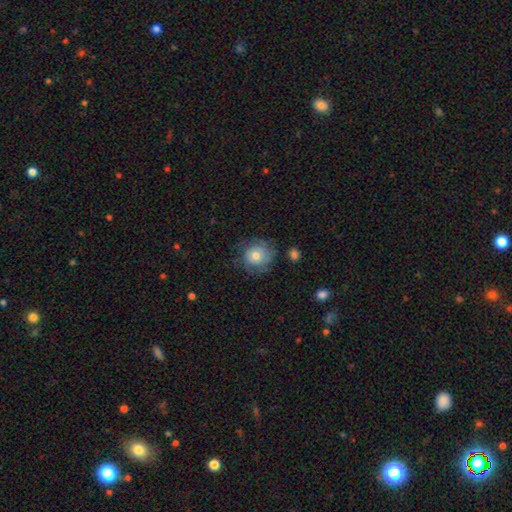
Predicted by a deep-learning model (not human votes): A smooth galaxy with no disk features (66%) that is round (87%).

Vote fractions:
- Smooth or featured? smooth: 66% / featured or disk: 25% / star or artifact: 9%
- How rounded? round: 87% / in between: 12% / cigar-shaped: 1%
- Merging? none: 67% / minor disturbance: 21% / major disturbance: 9% / merger: 2%